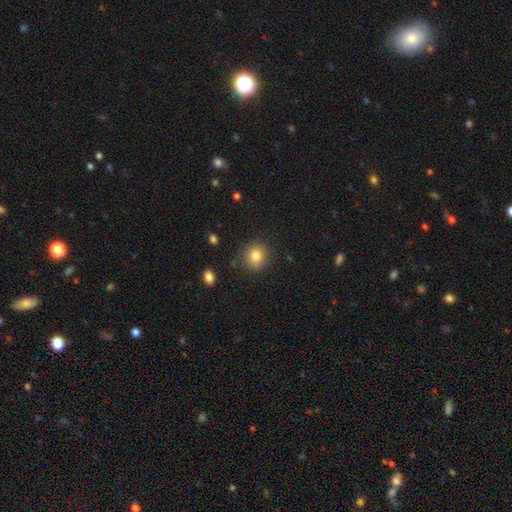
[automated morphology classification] This appears to be a smooth galaxy with no disk features (81%) that is round (88%). Merging: none (84%).